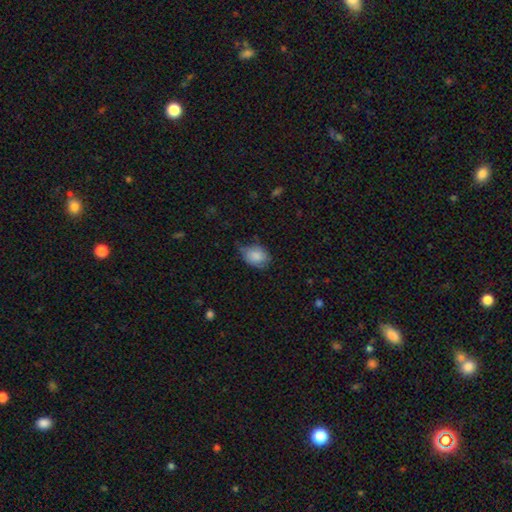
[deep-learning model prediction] smooth-or-featured: smooth: 84% | featured or disk: 9% | star or artifact: 7%
  how-rounded: in between: 67% | round: 32% | cigar-shaped: 1%
  merging: none: 54% | minor disturbance: 36% | major disturbance: 8% | merger: 2%